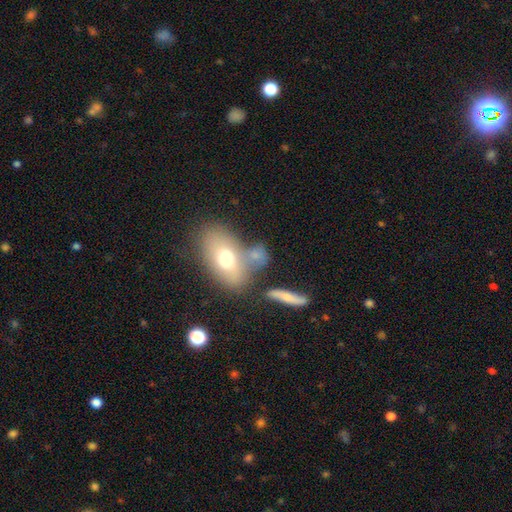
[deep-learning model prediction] Smooth or featured: smooth — 66% (featured or disk — 22%)
How rounded: in between — 71% (round — 23%)
Merging: none — 43% (merger — 33%)